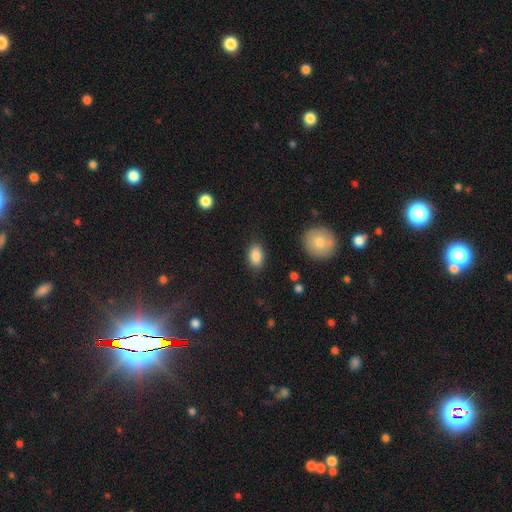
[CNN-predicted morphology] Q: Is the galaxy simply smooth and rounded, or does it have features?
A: smooth — 87%.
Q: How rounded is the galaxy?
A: in between — 89%.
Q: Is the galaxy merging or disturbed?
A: none — 85%.